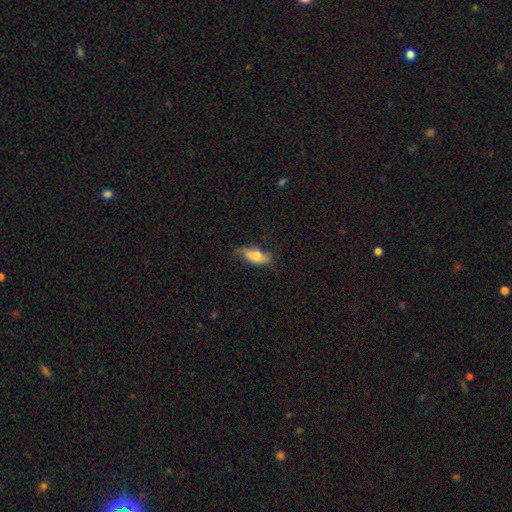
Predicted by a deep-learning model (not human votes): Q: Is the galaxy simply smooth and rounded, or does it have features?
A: smooth — 69%.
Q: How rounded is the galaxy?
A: in between — 74%.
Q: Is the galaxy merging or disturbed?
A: none — 61%.